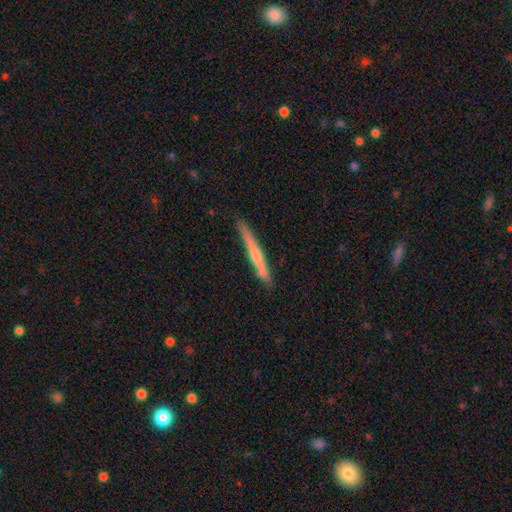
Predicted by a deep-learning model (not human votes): This is possibly a featured or disk galaxy (51%). It is clearly viewed edge-on (96%). Merging: clearly none (85%).